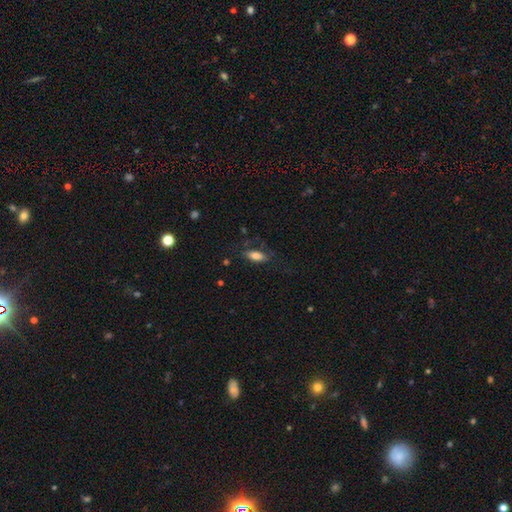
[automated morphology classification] smooth-or-featured: smooth: 79% | featured or disk: 13% | star or artifact: 8%
  how-rounded: in between: 82% | cigar-shaped: 15% | round: 3%
  merging: none: 66% | minor disturbance: 21% | major disturbance: 11% | merger: 2%